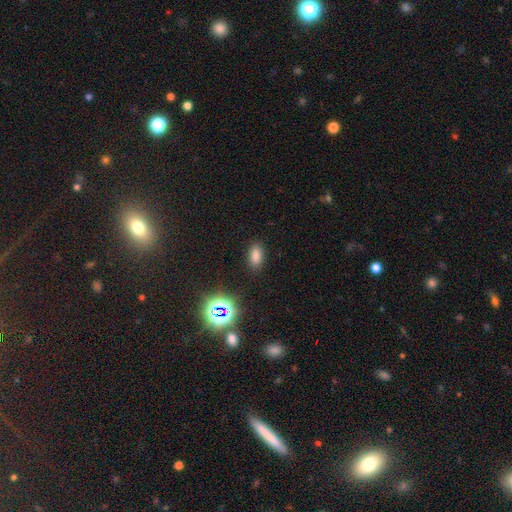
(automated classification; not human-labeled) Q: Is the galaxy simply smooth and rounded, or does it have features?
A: smooth — 77%.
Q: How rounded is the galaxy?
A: in between — 89%.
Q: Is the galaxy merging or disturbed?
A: none — 86%.